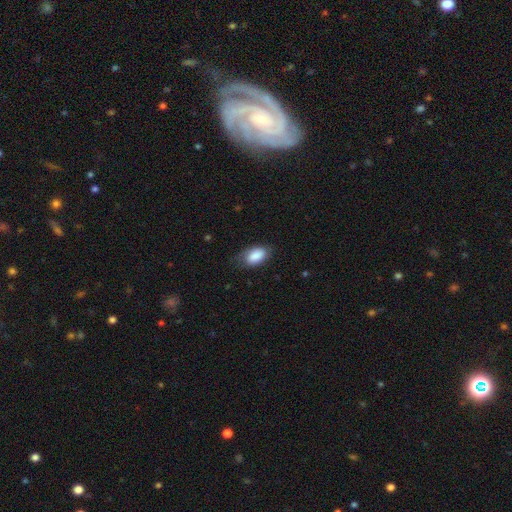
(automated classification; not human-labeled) smooth_or_featured: smooth (p=0.86) [alt: featured or disk p=0.08]
how_rounded: in between (p=0.93) [alt: round p=0.05]
merging: none (p=0.67) [alt: minor disturbance p=0.26]